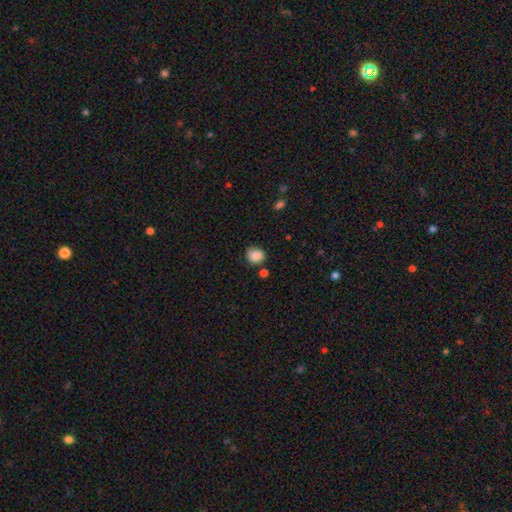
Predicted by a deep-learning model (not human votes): Overall: smooth (88%). How rounded: round (74%). Merging: none (75%).